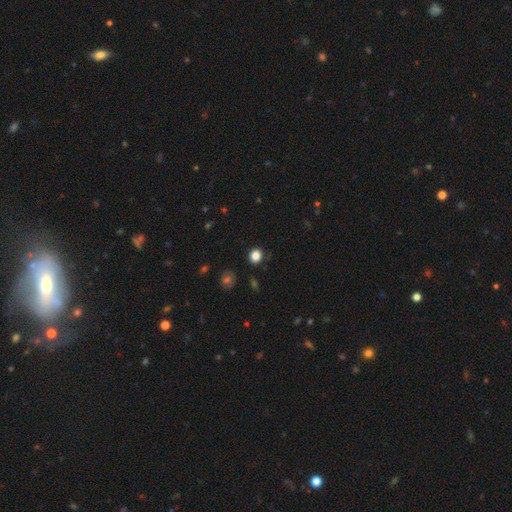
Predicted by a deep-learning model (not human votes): smooth-or-featured: smooth: 84% | star or artifact: 12% | featured or disk: 4%
  how-rounded: round: 70% | in between: 29% | cigar-shaped: 1%
  merging: none: 85% | minor disturbance: 11% | major disturbance: 3% | merger: 2%